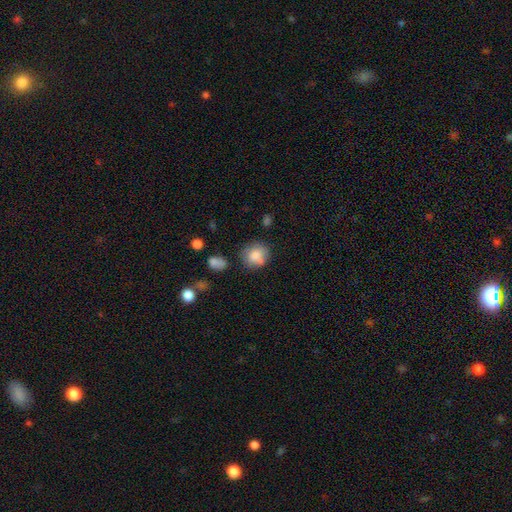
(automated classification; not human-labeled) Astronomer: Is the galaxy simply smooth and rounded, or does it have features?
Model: smooth — 79%.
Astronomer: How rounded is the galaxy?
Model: round — 75%.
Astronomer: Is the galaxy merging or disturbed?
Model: none — 63%.